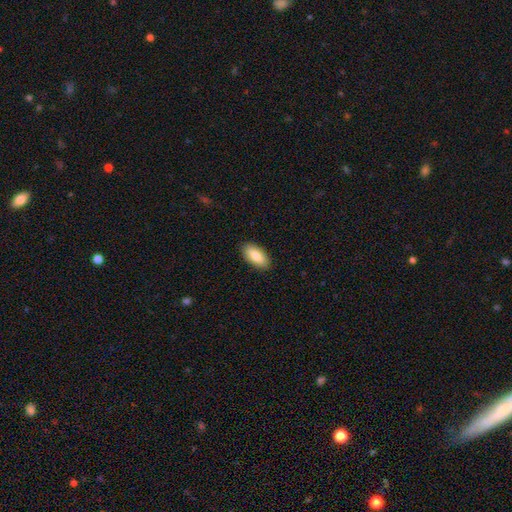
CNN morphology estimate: type=smooth (82%); roundness=in between (91%); merging=none (89%).